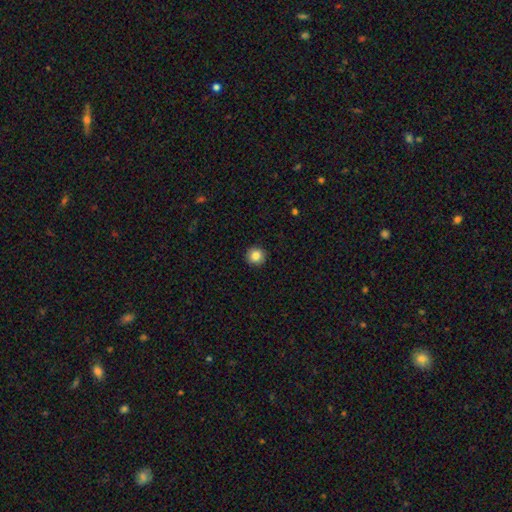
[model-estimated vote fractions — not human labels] Overall: smooth (85%). How rounded: round (95%). Merging: none (93%).